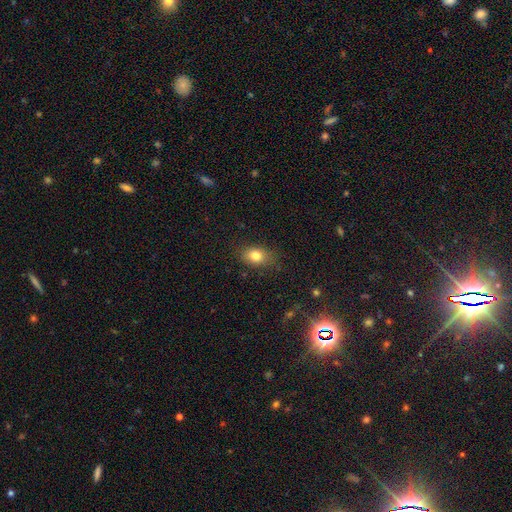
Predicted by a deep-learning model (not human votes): smooth_or_featured: smooth (p=0.80) [alt: star or artifact p=0.11]
how_rounded: in between (p=0.74) [alt: round p=0.24]
merging: none (p=0.80) [alt: minor disturbance p=0.15]